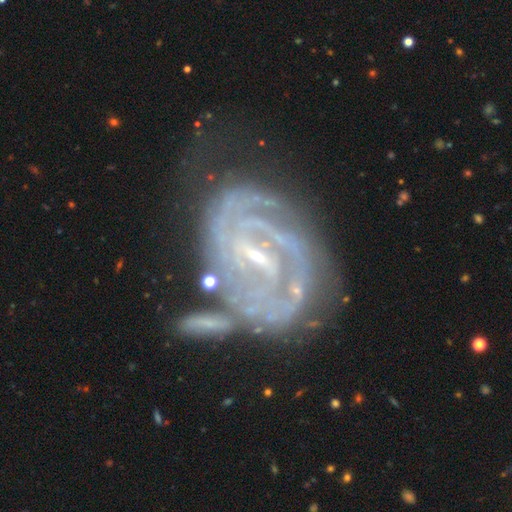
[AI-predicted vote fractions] A featured or disk galaxy (90%) with a weak bar (43%), 2 (38%) tight (69%) spiral arms (96%) and a small central bulge (80%).

Vote fractions:
- Smooth or featured? featured or disk: 90% / star or artifact: 6% / smooth: 4%
- Edge-on disk? no: 97% / yes: 3%
- Bar? weak: 43% / strong: 39% / no: 18%
- Spiral arms? yes: 96% / no: 4%
- Spiral winding? tight: 69% / medium: 26% / loose: 5%
- Spiral arm count? 2: 38% / can't tell: 22% / 3: 18% / 4: 9% / more than 4: 7% / 1: 6%
- Bulge size? small: 80% / moderate: 14% / none: 4% / large: 1% / dominant: 1%
- Merging? none: 43% / minor disturbance: 23% / merger: 18% / major disturbance: 16%